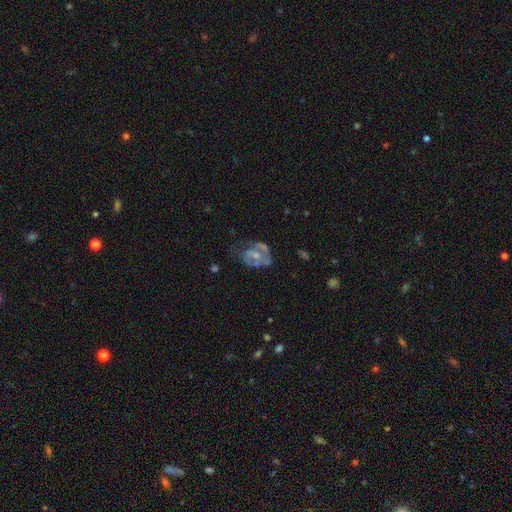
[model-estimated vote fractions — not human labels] A featured or disk galaxy (67%) with no bar (75%), spiral arms (58%) and a moderate central bulge (48%).

Vote fractions:
- Smooth or featured? featured or disk: 67% / smooth: 26% / star or artifact: 8%
- Edge-on disk? no: 97% / yes: 3%
- Bar? no: 75% / weak: 21% / strong: 4%
- Spiral arms? yes: 58% / no: 42%
- Bulge size? moderate: 48% / small: 38% / none: 8% / large: 4% / dominant: 1%
- Merging? none: 37% / major disturbance: 33% / minor disturbance: 25% / merger: 5%